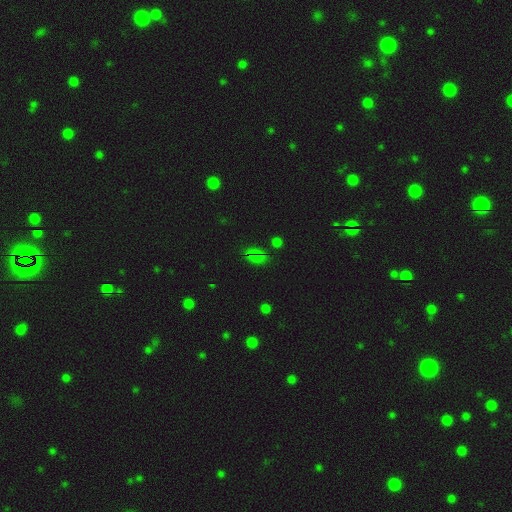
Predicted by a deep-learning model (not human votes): A smooth galaxy with no disk features (49%). Merging: none (75%).